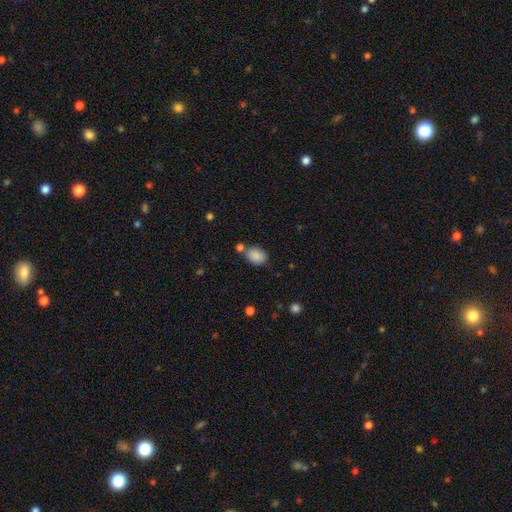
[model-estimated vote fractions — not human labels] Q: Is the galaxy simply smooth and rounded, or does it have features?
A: smooth — 87%.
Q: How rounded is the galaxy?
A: in between — 64%.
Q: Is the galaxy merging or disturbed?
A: none — 64%.